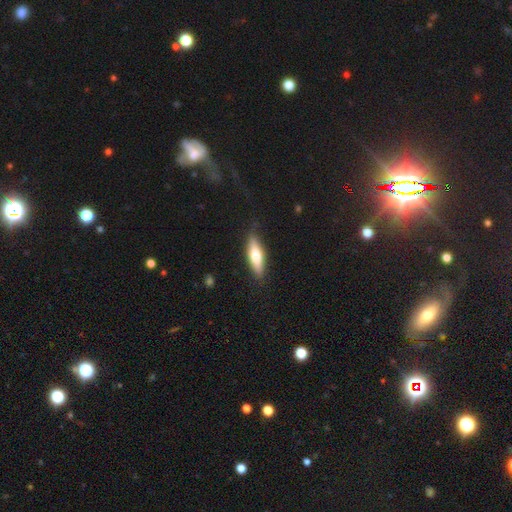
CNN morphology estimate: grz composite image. It shows a smooth galaxy with no disk features (59%) that is cigar-shaped (59%). Merging: none (84%).